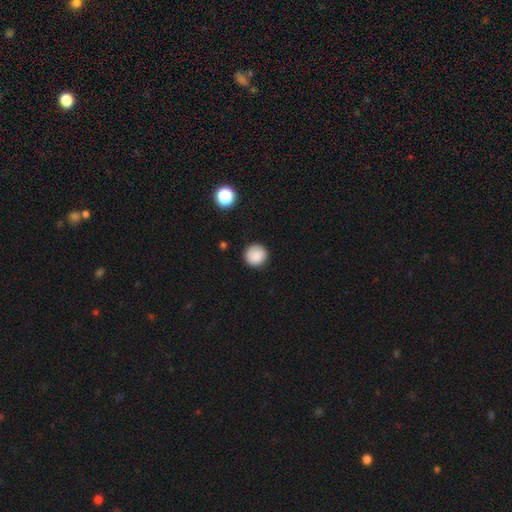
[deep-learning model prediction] A smooth galaxy with no disk features (85%) that is round (94%).

Vote fractions:
- Smooth or featured? smooth: 85% / star or artifact: 9% / featured or disk: 6%
- How rounded? round: 94% / in between: 5% / cigar-shaped: 1%
- Merging? none: 88% / minor disturbance: 9% / major disturbance: 2% / merger: 1%